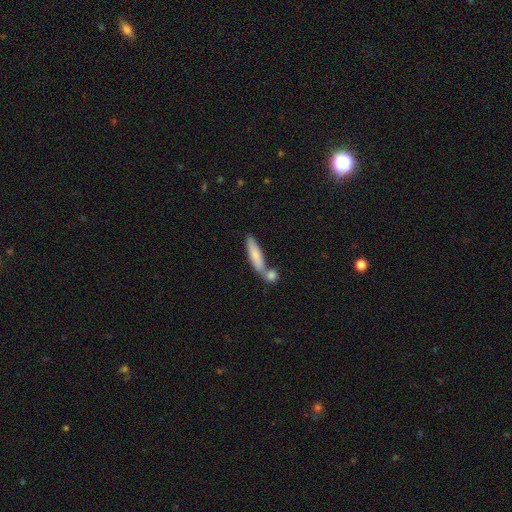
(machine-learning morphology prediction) This is likely a smooth galaxy (76%). How rounded: likely cigar-shaped (72%). Merging: possibly none (49%).